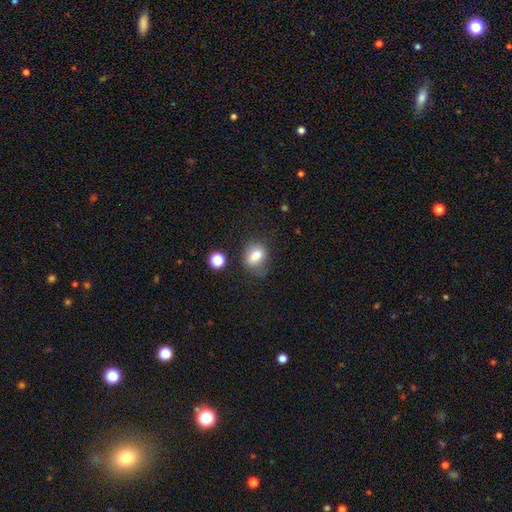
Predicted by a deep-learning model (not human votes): Smooth or featured: smooth — 79% (featured or disk — 11%)
How rounded: in between — 70% (round — 27%)
Merging: none — 58% (minor disturbance — 25%)